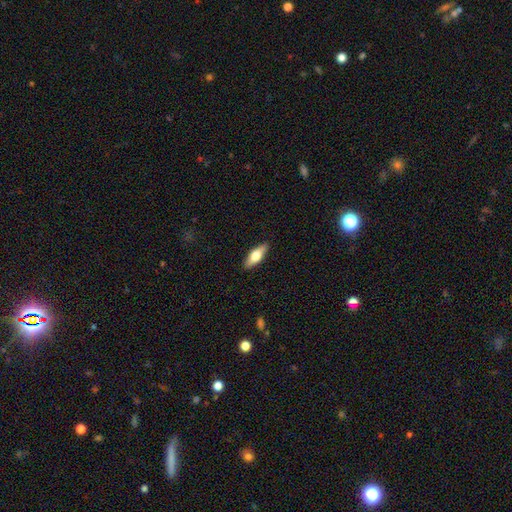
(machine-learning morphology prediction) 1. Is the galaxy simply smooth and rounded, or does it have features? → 58% smooth, 36% featured or disk, 6% star or artifact.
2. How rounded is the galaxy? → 62% in between, 35% cigar-shaped, 3% round.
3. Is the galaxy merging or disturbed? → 89% none, 8% minor disturbance, 2% major disturbance, 1% merger.